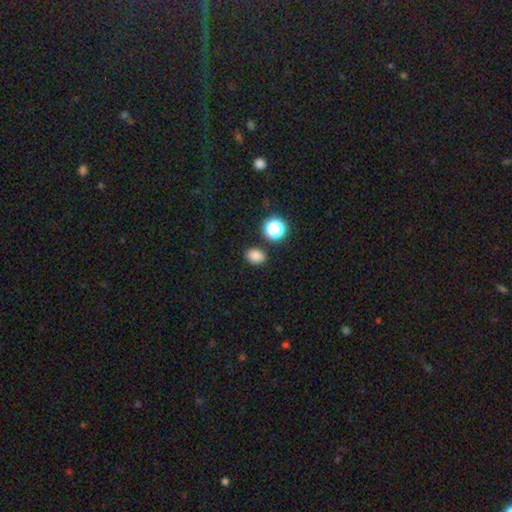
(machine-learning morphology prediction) Q: Smooth or featured?
A: smooth (82%); runner-up: star or artifact (14%)
Q: How rounded?
A: in between (63%); runner-up: round (36%)
Q: Merging?
A: none (86%); runner-up: minor disturbance (9%)